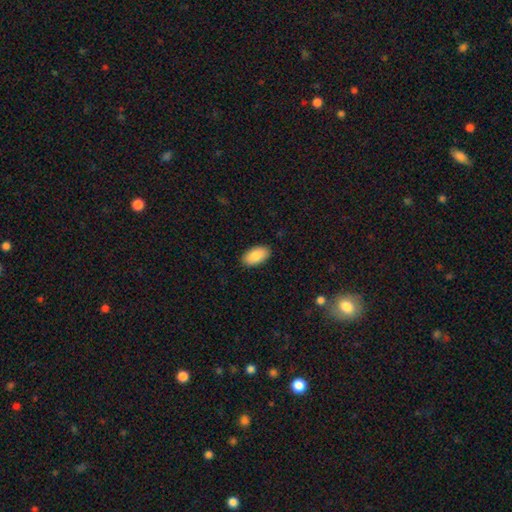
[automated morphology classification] This is clearly a smooth galaxy (88%). How rounded: clearly in between (95%). Merging: clearly none (89%).